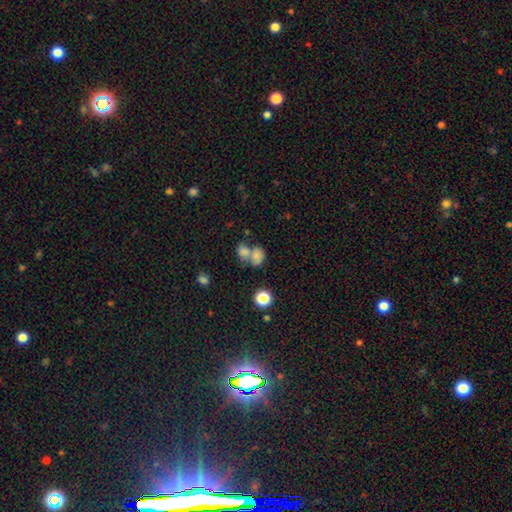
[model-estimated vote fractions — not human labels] A smooth galaxy with no disk features (73%) that is in between round and cigar-shaped (57%).

Vote fractions:
- Smooth or featured? smooth: 73% / featured or disk: 14% / star or artifact: 13%
- How rounded? in between: 57% / round: 42% / cigar-shaped: 1%
- Merging? merger: 63% / none: 23% / minor disturbance: 8% / major disturbance: 6%